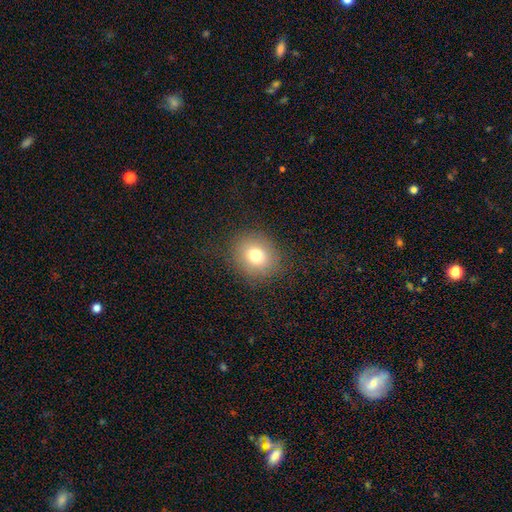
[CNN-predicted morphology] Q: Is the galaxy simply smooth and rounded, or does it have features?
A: smooth — 75%.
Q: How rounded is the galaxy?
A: round — 79%.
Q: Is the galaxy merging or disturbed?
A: none — 85%.